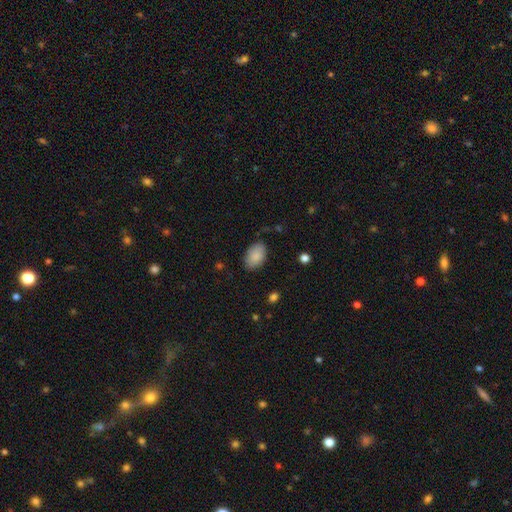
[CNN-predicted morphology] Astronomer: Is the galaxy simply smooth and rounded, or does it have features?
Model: smooth — 87%.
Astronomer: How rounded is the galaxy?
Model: in between — 91%.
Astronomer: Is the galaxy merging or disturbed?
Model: none — 82%.